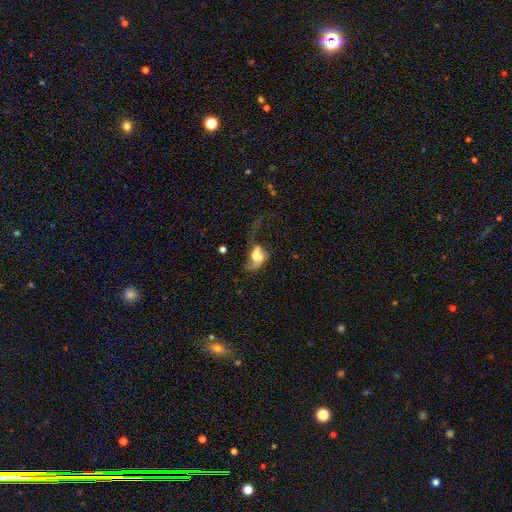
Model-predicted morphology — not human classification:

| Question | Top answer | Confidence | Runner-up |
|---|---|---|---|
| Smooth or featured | featured or disk | 52% | smooth (38%) |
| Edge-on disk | no | 94% | yes (6%) |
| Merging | major disturbance | 45% | merger (20%) |